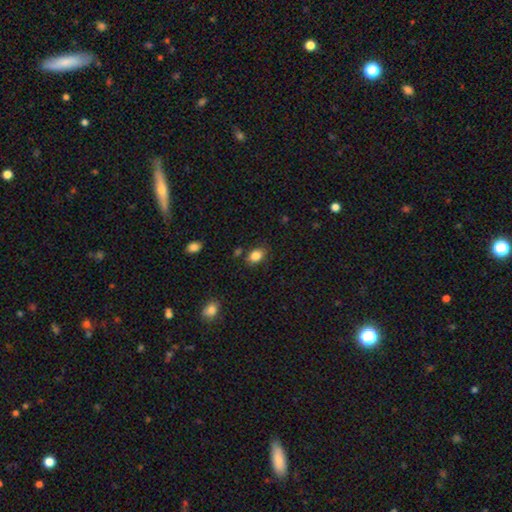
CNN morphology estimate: Q: Smooth or featured?
A: smooth (85%); runner-up: star or artifact (9%)
Q: How rounded?
A: in between (81%); runner-up: round (18%)
Q: Merging?
A: none (81%); runner-up: minor disturbance (12%)